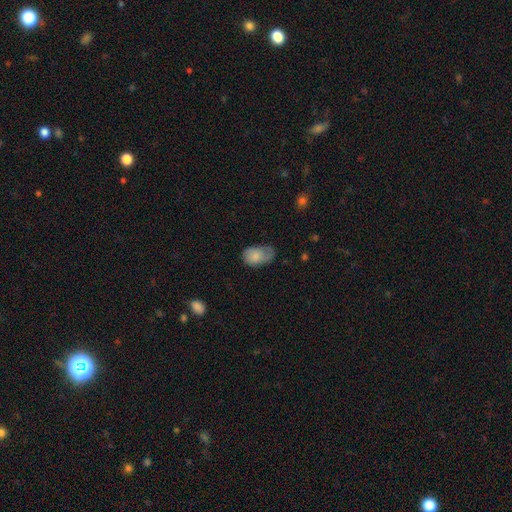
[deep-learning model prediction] smooth-or-featured: smooth: 74% | featured or disk: 18% | star or artifact: 7%
  how-rounded: in between: 87% | round: 12% | cigar-shaped: 1%
  merging: minor disturbance: 39% | none: 35% | major disturbance: 23% | merger: 2%